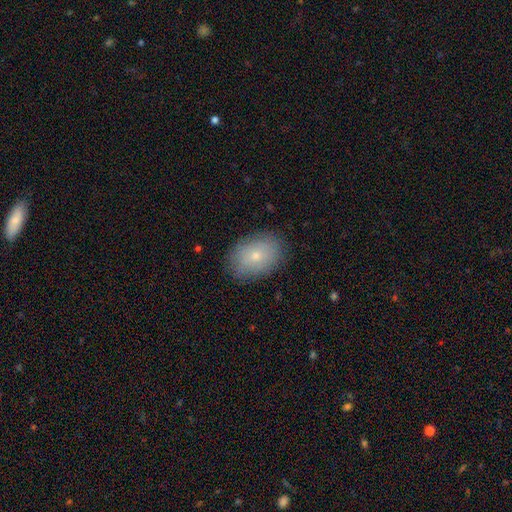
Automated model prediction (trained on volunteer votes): smooth 74%, featured or disk 17%, star or artifact 9%. Down the decision tree: how rounded — in between (79%); merging — none (85%).